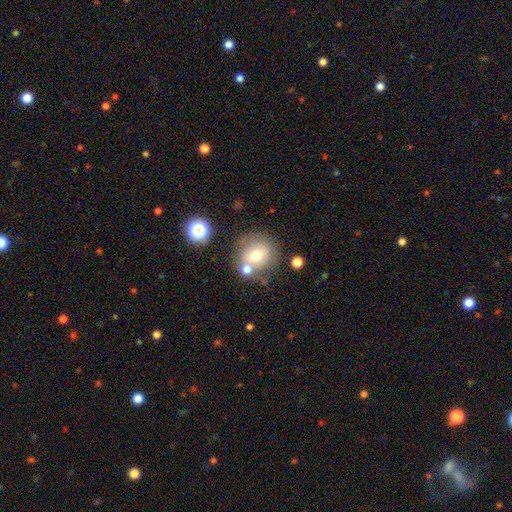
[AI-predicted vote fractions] Overall: smooth (63%; featured or disk 24%). How rounded: round (83%). Merging: none (65%).